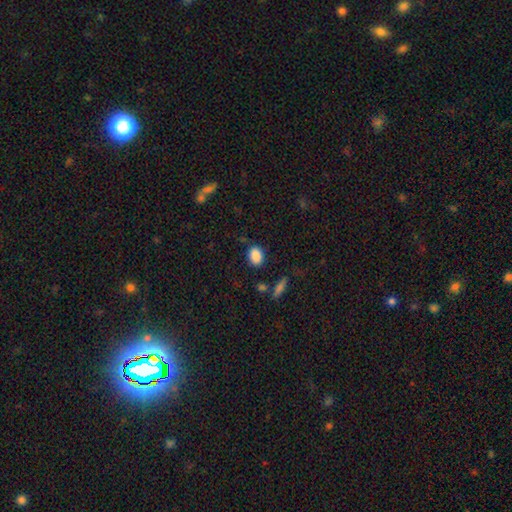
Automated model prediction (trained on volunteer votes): Smooth or featured? smooth (87%)
How rounded? in between (70%)
Merging? none (80%)